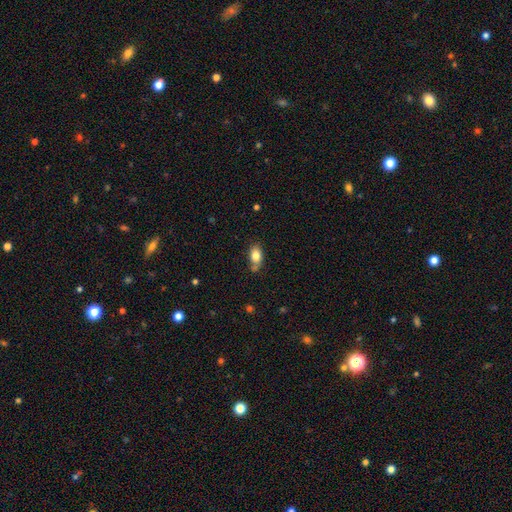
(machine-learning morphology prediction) type=smooth (80%); roundness=in between (86%); merging=none (63%).